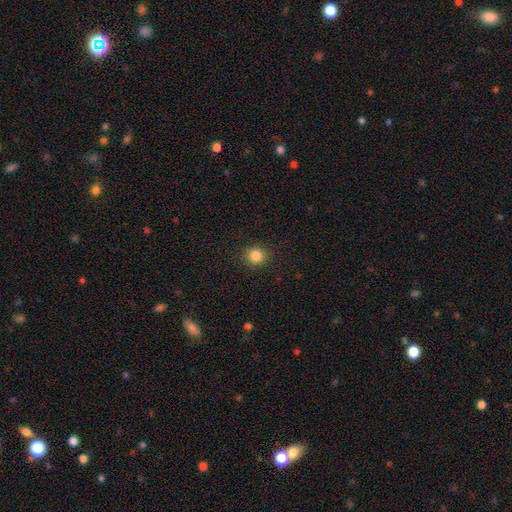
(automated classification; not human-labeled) A smooth galaxy with no disk features (84%) that is round (86%).

Vote fractions:
- Smooth or featured? smooth: 84% / star or artifact: 11% / featured or disk: 4%
- How rounded? round: 86% / in between: 13% / cigar-shaped: 1%
- Merging? none: 90% / minor disturbance: 7% / major disturbance: 2% / merger: 1%